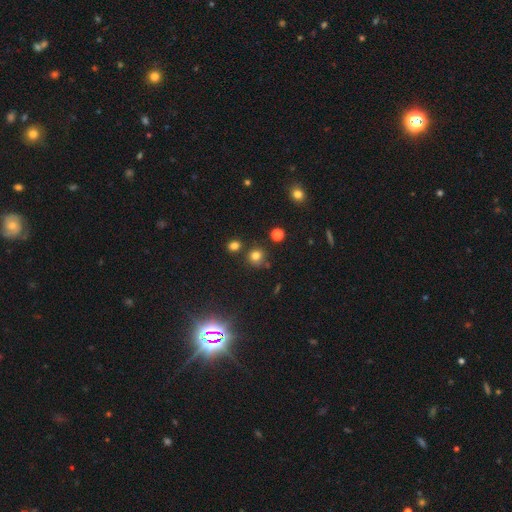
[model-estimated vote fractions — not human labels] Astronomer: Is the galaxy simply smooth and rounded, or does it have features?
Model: smooth — 75%.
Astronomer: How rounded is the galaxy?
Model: round — 88%.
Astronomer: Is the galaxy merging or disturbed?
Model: none — 77%.